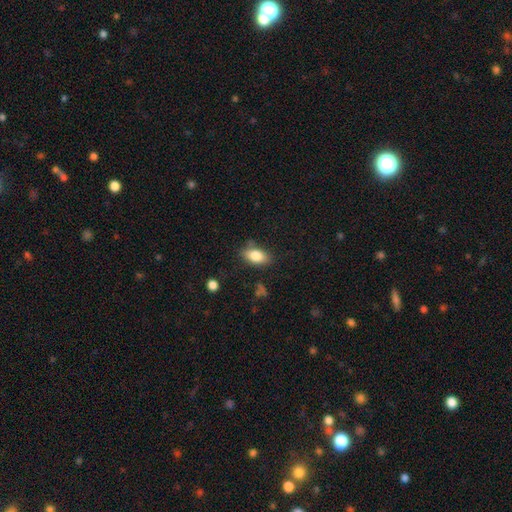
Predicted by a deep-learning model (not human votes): smooth-or-featured: smooth: 82% | featured or disk: 10% | star or artifact: 8%
  how-rounded: in between: 89% | round: 6% | cigar-shaped: 5%
  merging: none: 78% | minor disturbance: 16% | major disturbance: 4% | merger: 3%